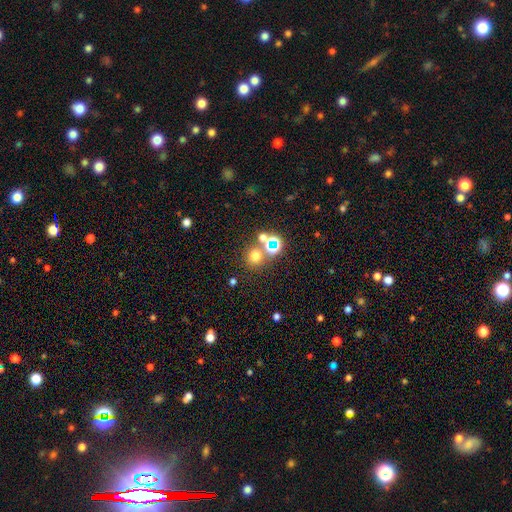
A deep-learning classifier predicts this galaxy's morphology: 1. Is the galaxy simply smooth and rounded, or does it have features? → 64% smooth, 27% star or artifact, 9% featured or disk.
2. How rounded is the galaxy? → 88% round, 11% in between, 1% cigar-shaped.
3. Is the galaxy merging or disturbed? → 68% none, 20% merger, 8% minor disturbance, 4% major disturbance.